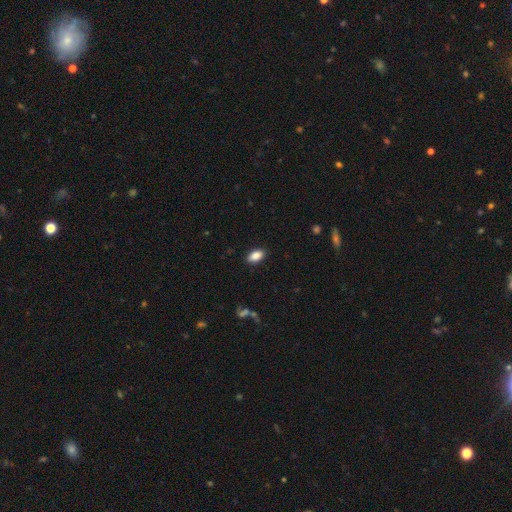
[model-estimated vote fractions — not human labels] Q: Smooth or featured?
A: smooth (87%); runner-up: star or artifact (8%)
Q: How rounded?
A: in between (92%); runner-up: round (5%)
Q: Merging?
A: none (88%); runner-up: minor disturbance (8%)